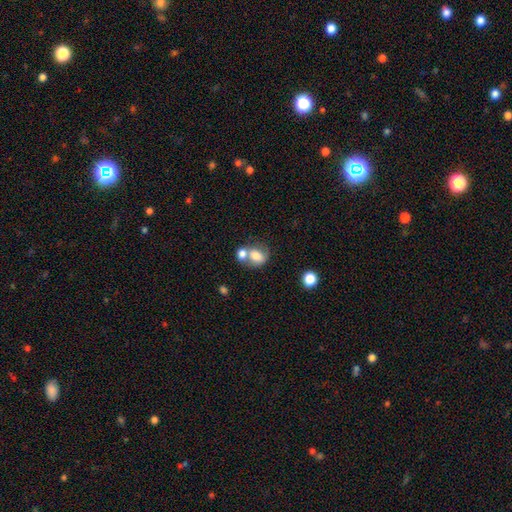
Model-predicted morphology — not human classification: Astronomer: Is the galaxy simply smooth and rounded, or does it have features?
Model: smooth — 72%.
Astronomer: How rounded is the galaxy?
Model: in between — 54% (runner-up: round, 45%).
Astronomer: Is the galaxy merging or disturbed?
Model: merger — 53% (runner-up: none, 29%).